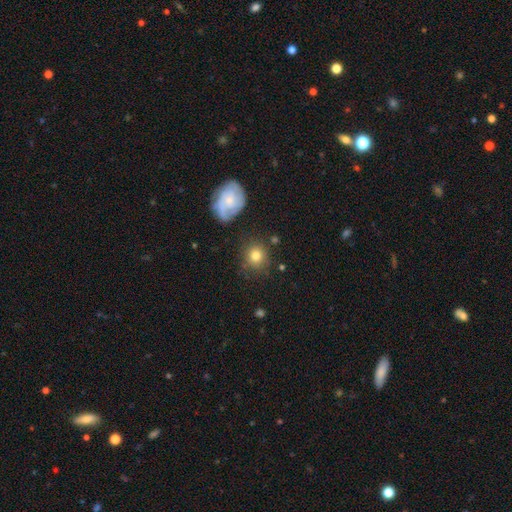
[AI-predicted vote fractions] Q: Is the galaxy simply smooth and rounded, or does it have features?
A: smooth — 73%.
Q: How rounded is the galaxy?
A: round — 87%.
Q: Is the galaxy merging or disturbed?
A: none — 79%.